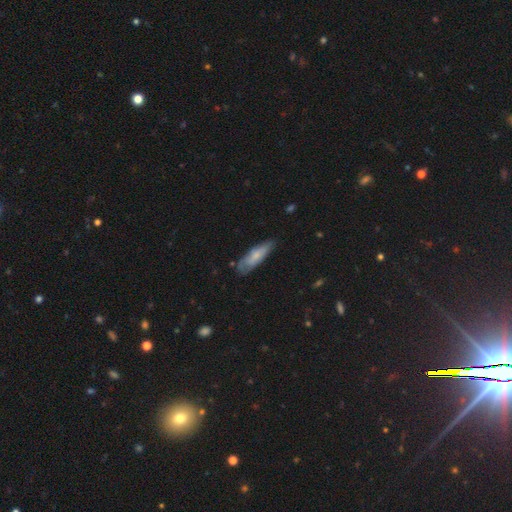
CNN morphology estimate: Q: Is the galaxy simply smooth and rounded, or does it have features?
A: smooth — 68%.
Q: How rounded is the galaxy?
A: cigar-shaped — 52%.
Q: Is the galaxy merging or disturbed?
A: none — 65%.